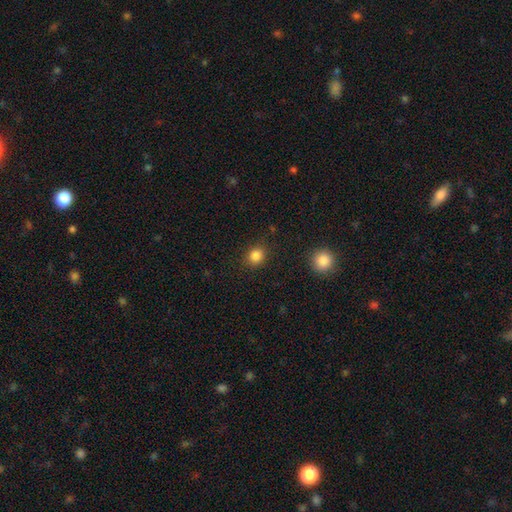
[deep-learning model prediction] This is clearly a smooth galaxy (85%). How rounded: likely round (70%). Merging: clearly none (86%).